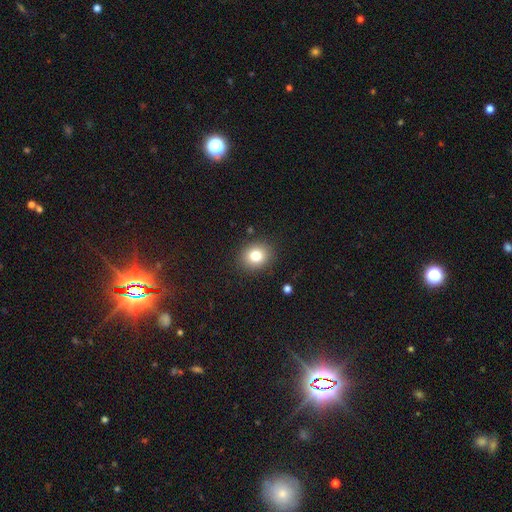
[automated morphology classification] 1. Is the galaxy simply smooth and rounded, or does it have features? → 80% smooth, 11% star or artifact, 9% featured or disk.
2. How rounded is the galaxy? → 68% round, 32% in between, 1% cigar-shaped.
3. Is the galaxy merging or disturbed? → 89% none, 7% minor disturbance, 2% major disturbance, 1% merger.